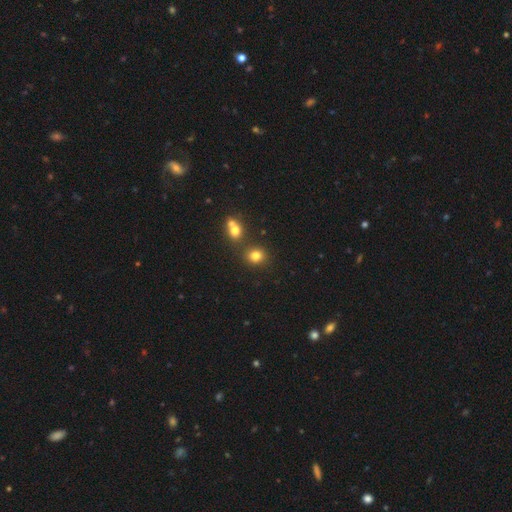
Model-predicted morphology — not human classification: type=smooth (79%); roundness=round (75%); merging=none (70%).